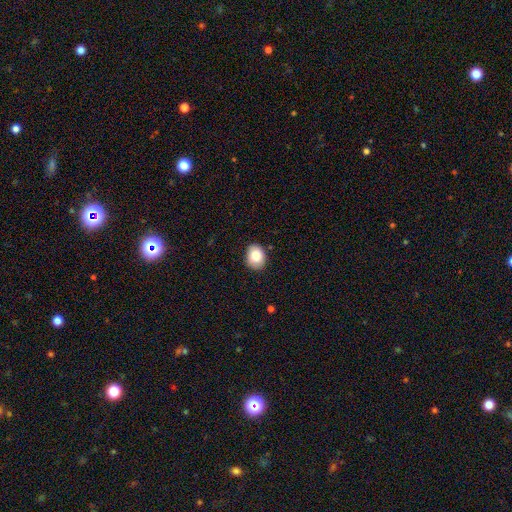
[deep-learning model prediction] smooth 83%, featured or disk 9%, star or artifact 8%. Down the decision tree: how rounded — in between (56%); merging — none (86%).